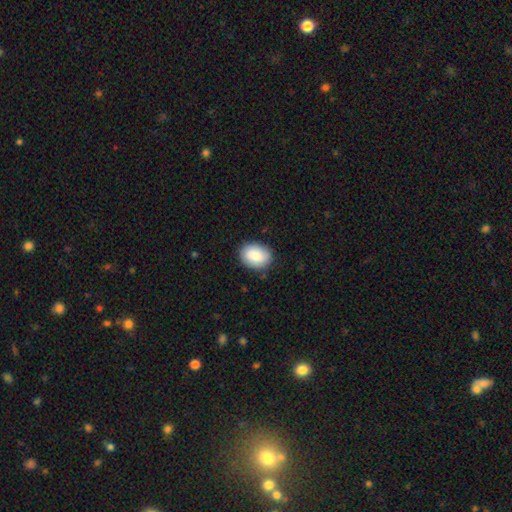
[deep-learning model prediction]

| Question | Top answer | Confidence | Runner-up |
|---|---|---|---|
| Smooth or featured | smooth | 84% | featured or disk (9%) |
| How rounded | in between | 68% | round (31%) |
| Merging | none | 85% | minor disturbance (11%) |